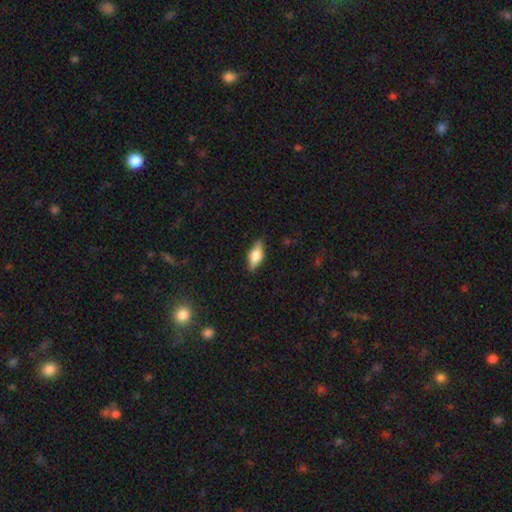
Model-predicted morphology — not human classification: smooth-or-featured: smooth: 62% | featured or disk: 31% | star or artifact: 7%
  how-rounded: in between: 79% | cigar-shaped: 17% | round: 4%
  merging: none: 83% | minor disturbance: 13% | major disturbance: 2% | merger: 1%